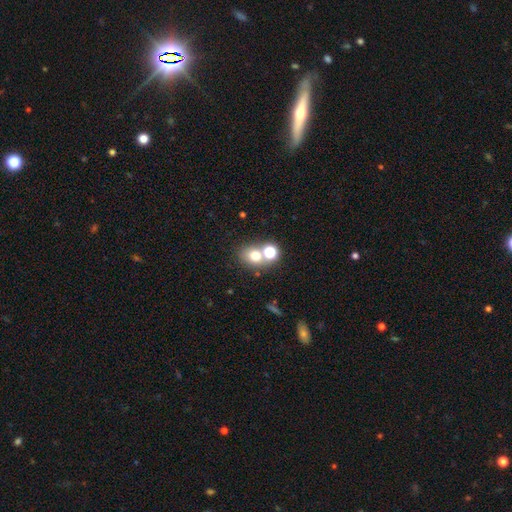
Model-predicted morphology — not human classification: type=smooth (69%); roundness=round (61%); merging=none (50%).